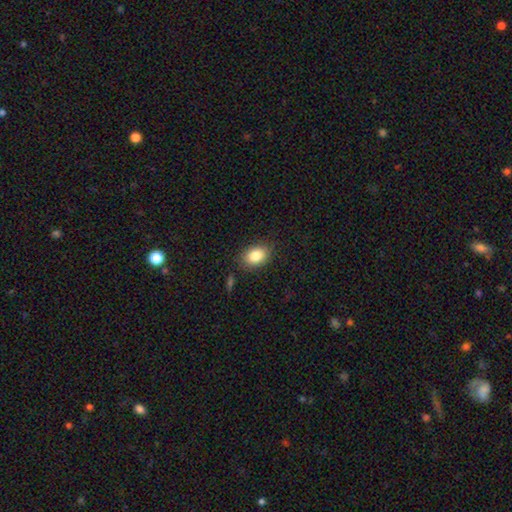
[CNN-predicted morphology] A smooth galaxy with no disk features (84%) that is in between round and cigar-shaped (75%).

Vote fractions:
- Smooth or featured? smooth: 84% / star or artifact: 8% / featured or disk: 7%
- How rounded? in between: 75% / round: 24% / cigar-shaped: 1%
- Merging? none: 84% / minor disturbance: 11% / major disturbance: 3% / merger: 2%